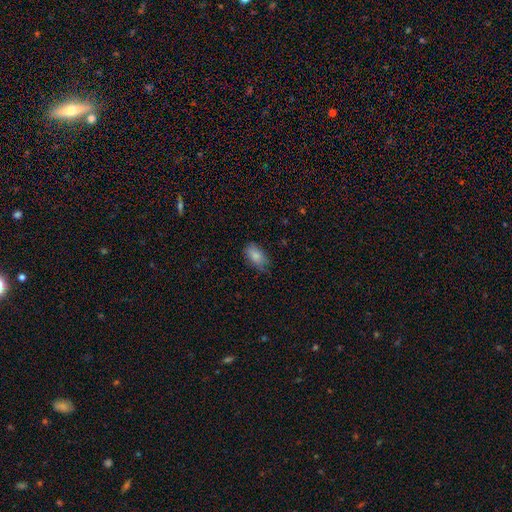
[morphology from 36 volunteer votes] smooth_or_featured: smooth (p=0.83) [alt: featured or disk p=0.14]
how_rounded: in between (p=0.93) [alt: round p=0.07]
merging: none (p=0.51) [alt: minor disturbance p=0.34]